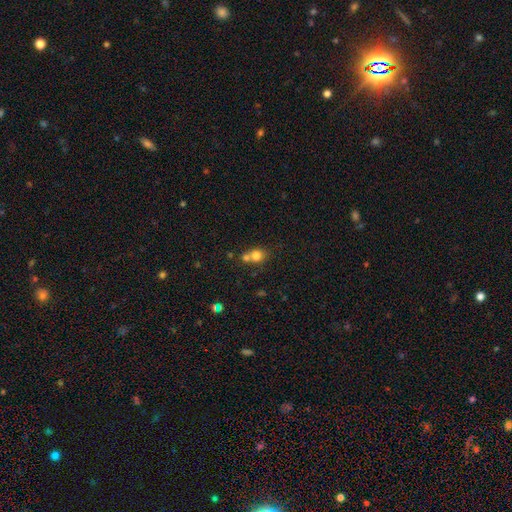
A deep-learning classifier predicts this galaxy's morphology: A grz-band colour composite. It shows a smooth galaxy with no disk features (77%) that is round (78%). Merging: merger (46%).